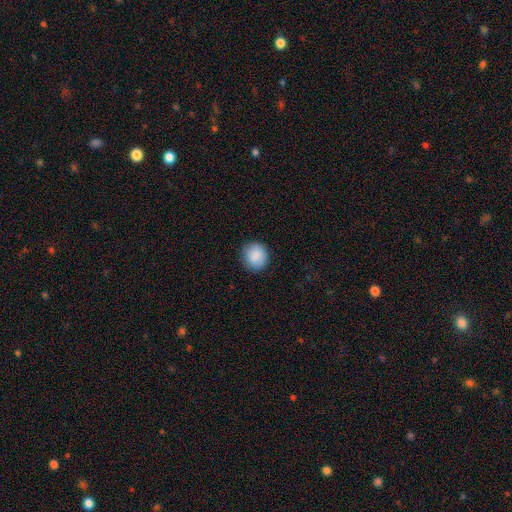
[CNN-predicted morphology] This appears to be a smooth galaxy with no disk features (89%) that is round (86%). Merging: none (88%).